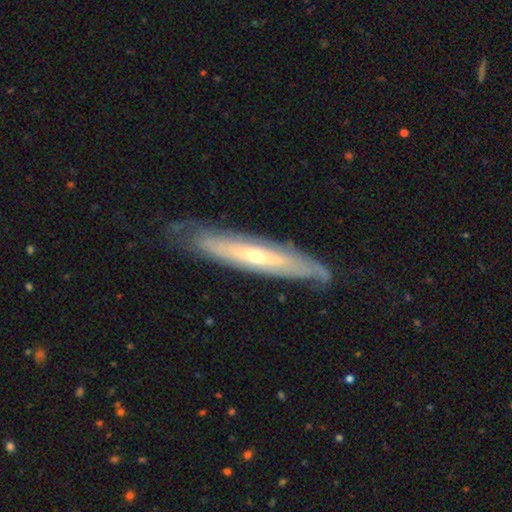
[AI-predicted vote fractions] smooth-or-featured: featured or disk: 72% | smooth: 21% | star or artifact: 6%
  disk-edge-on: yes: 58% | no: 42%
  merging: none: 73% | minor disturbance: 20% | major disturbance: 6% | merger: 2%